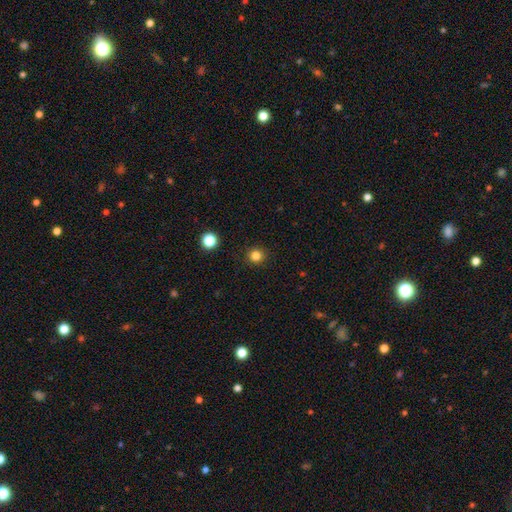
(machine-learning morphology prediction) smooth 82%, star or artifact 14%, featured or disk 4%. Down the decision tree: how rounded — round (94%); merging — none (92%).